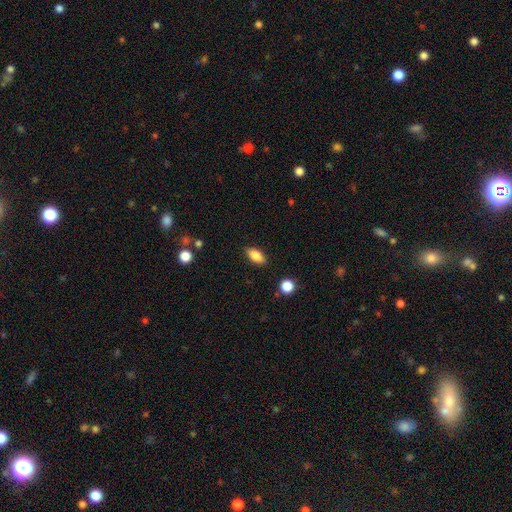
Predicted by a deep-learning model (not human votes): Smooth or featured? smooth (83%)
How rounded? in between (88%)
Merging? none (86%)